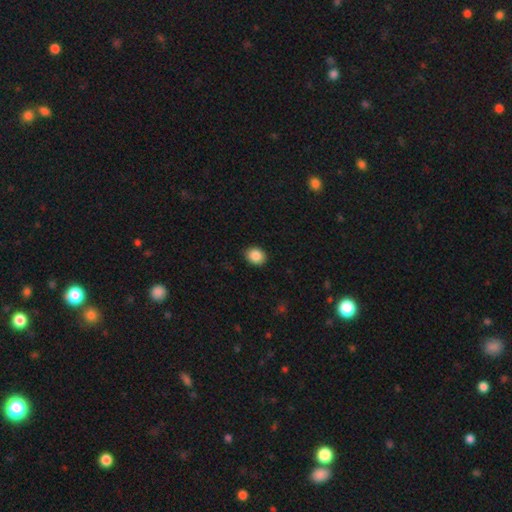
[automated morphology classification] Smooth or featured: smooth — 88% (star or artifact — 8%)
How rounded: round — 53% (in between — 46%)
Merging: none — 89% (minor disturbance — 8%)